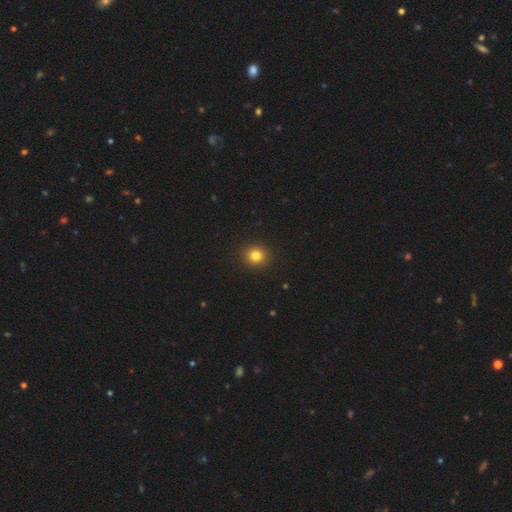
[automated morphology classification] smooth-or-featured: smooth: 82% | star or artifact: 13% | featured or disk: 5%
  how-rounded: round: 88% | in between: 11% | cigar-shaped: 1%
  merging: none: 92% | minor disturbance: 5% | major disturbance: 2% | merger: 1%